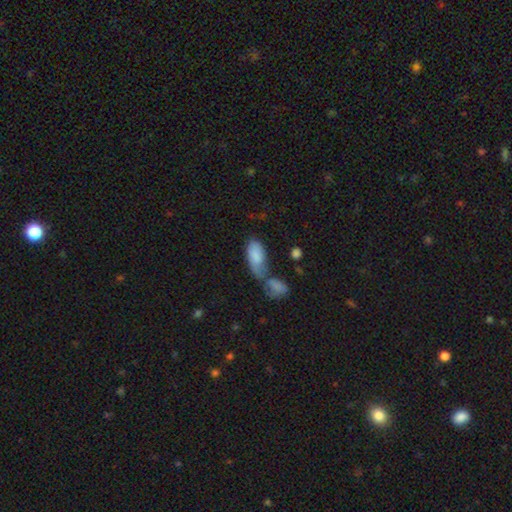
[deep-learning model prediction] Smooth or featured: smooth — 81% (featured or disk — 13%)
How rounded: in between — 91% (cigar-shaped — 6%)
Merging: merger — 48% (none — 24%)